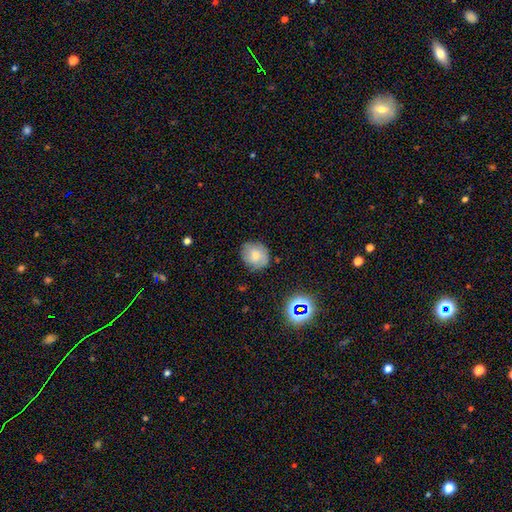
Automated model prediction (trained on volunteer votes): Smooth or featured? Predicted: smooth (p=0.70). How rounded? Predicted: round (p=0.73). Merging? Predicted: none (p=0.76).